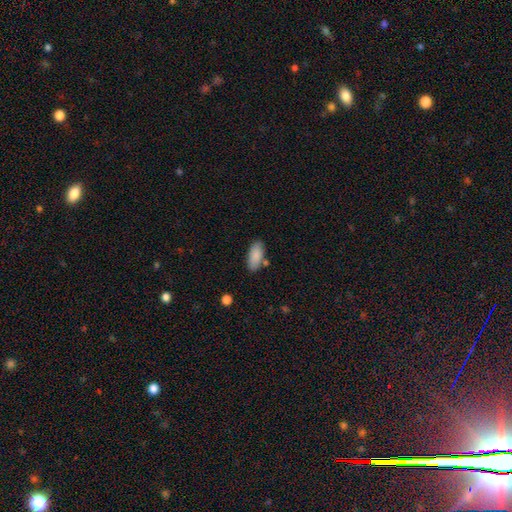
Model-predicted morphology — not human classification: smooth_or_featured: smooth (p=0.87) [alt: star or artifact p=0.06]
how_rounded: in between (p=0.87) [alt: cigar-shaped p=0.11]
merging: none (p=0.76) [alt: minor disturbance p=0.14]